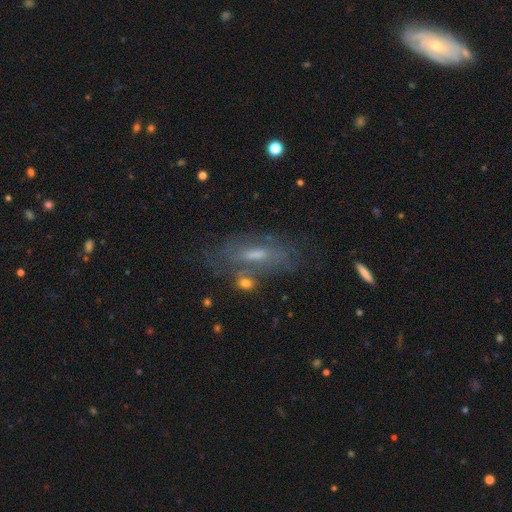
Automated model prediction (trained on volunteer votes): smooth_or_featured: featured or disk (p=0.56) [alt: smooth p=0.31]
disk_edge_on: no (p=0.65) [alt: yes p=0.35]
merging: none (p=0.68) [alt: minor disturbance p=0.17]